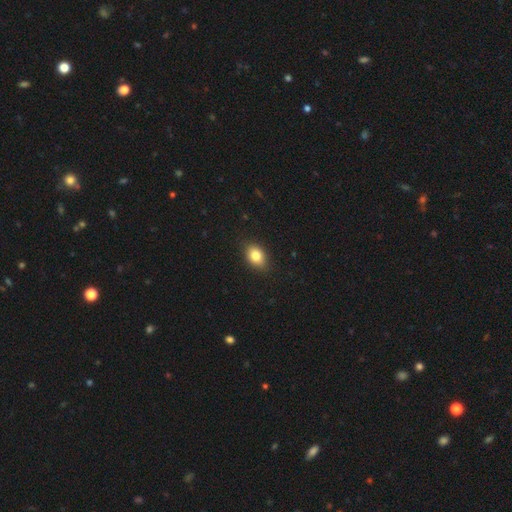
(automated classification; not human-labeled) Smooth or featured? Predicted: smooth (p=0.83). How rounded? Predicted: in between (p=0.75). Merging? Predicted: none (p=0.87).